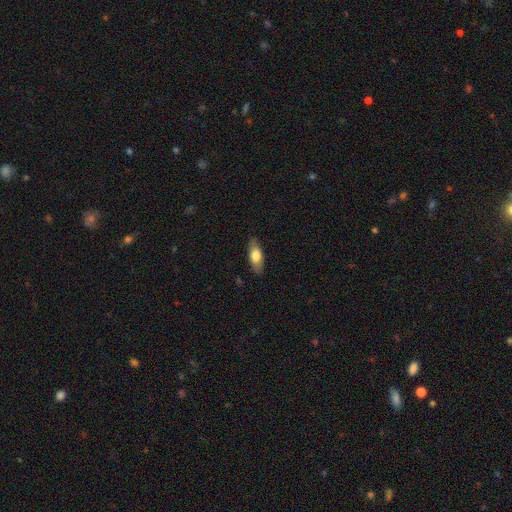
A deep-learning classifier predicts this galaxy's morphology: Smooth or featured?
  - smooth: 71% *
  - featured or disk: 23%
  - star or artifact: 6%
How rounded?
  - in between: 75% *
  - cigar-shaped: 22%
  - round: 3%
Merging?
  - none: 84% *
  - minor disturbance: 12%
  - major disturbance: 3%
  - merger: 1%